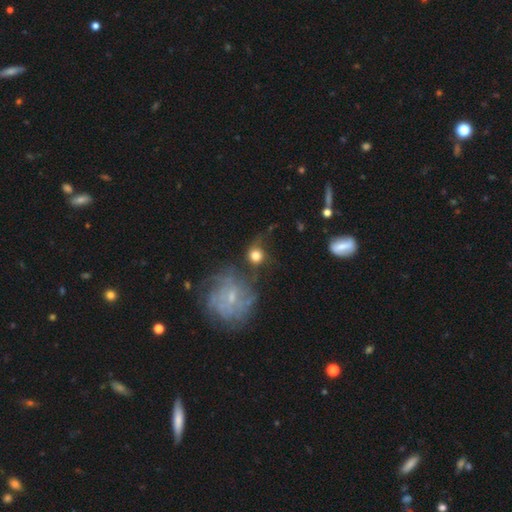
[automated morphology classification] A smooth galaxy with no disk features (65%) that is round (85%). Merging: none (46%).